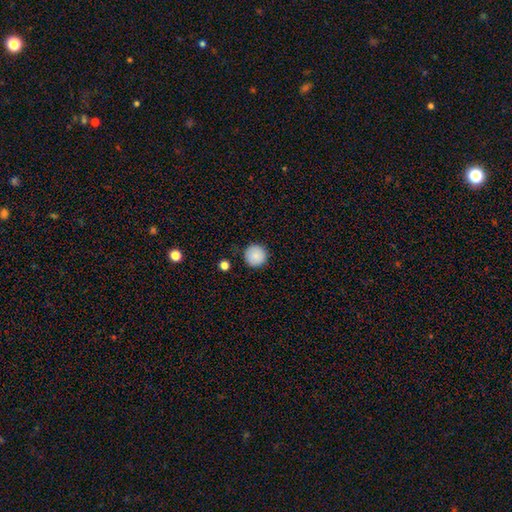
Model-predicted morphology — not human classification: smooth_or_featured: smooth (p=0.88) [alt: star or artifact p=0.08]
how_rounded: round (p=0.96) [alt: in between p=0.03]
merging: none (p=0.90) [alt: minor disturbance p=0.07]